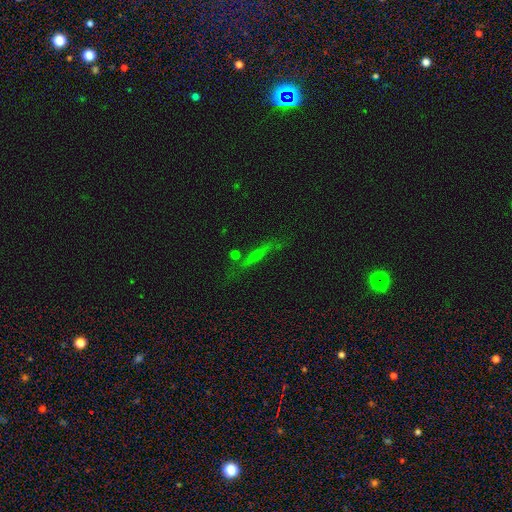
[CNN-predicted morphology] Overall: featured or disk (54%; smooth 26%). Edge-on disk: yes (84%). Merging: none (70%).